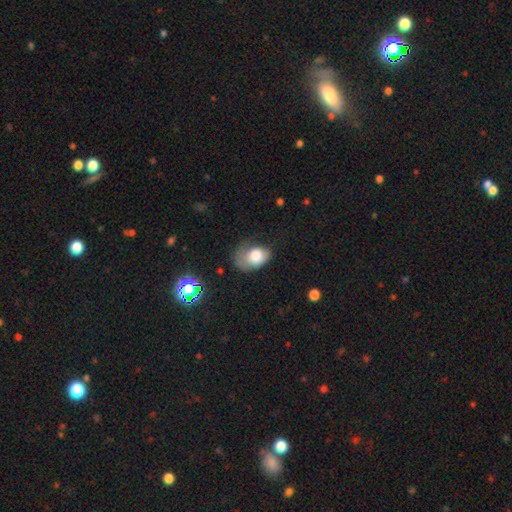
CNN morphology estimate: A smooth galaxy with no disk features (73%) that is in between round and cigar-shaped (76%). Merging: minor disturbance (36%).